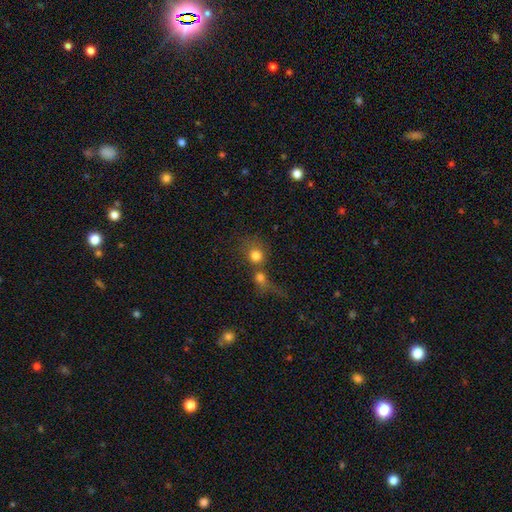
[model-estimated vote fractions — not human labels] Smooth or featured? Predicted: smooth (p=0.76). How rounded? Predicted: round (p=0.81). Merging? Predicted: merger (p=0.51).